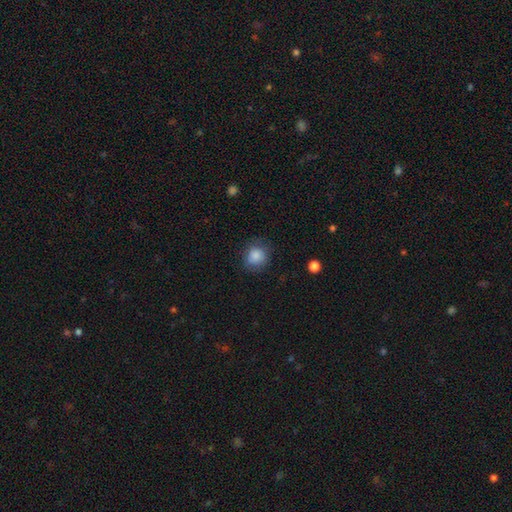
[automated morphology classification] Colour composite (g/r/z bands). It shows a smooth galaxy with no disk features (86%) that is round (81%). Merging: none (76%).